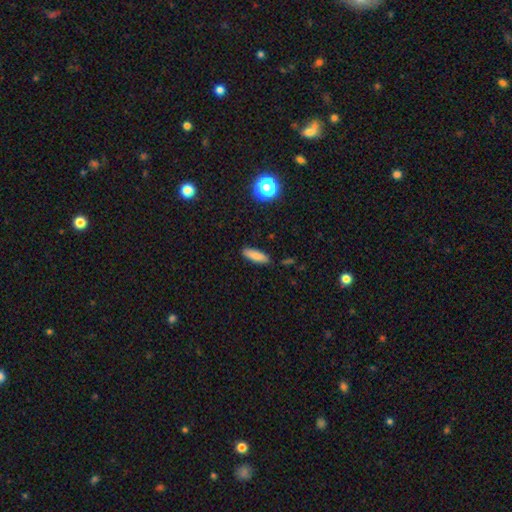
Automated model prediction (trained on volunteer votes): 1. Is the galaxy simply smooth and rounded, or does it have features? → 82% smooth, 9% featured or disk, 9% star or artifact.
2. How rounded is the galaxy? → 49% cigar-shaped, 48% in between, 3% round.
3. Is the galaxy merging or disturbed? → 87% none, 9% minor disturbance, 2% major disturbance, 2% merger.